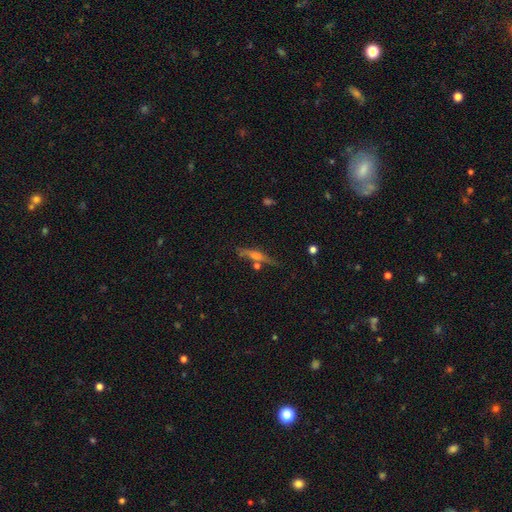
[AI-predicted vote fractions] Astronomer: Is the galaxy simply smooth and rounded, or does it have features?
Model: featured or disk — 62%.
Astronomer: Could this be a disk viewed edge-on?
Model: yes — 94%.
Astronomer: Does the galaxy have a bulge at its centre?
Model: rounded — 70%.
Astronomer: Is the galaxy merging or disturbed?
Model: none — 77%.